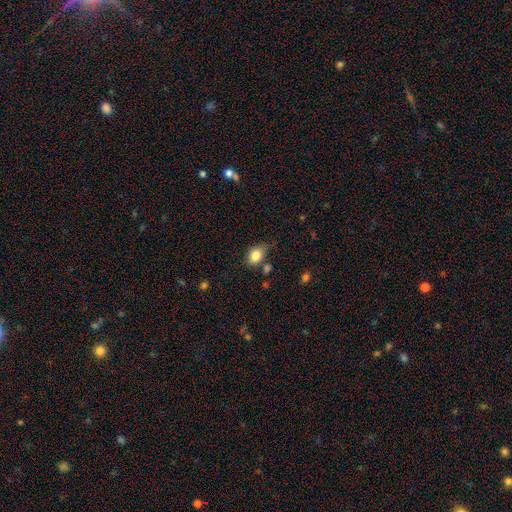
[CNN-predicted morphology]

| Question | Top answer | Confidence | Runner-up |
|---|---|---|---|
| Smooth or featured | smooth | 83% | star or artifact (9%) |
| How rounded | in between | 72% | round (27%) |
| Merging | none | 61% | minor disturbance (26%) |